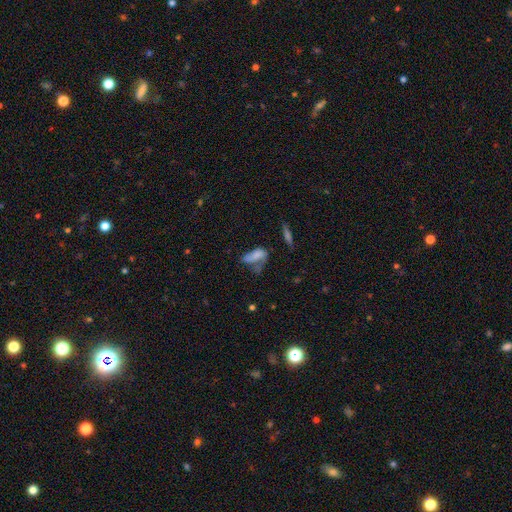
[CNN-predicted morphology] This is likely a smooth galaxy (64%). How rounded: likely in between (78%). Merging: marginally major disturbance (37%).